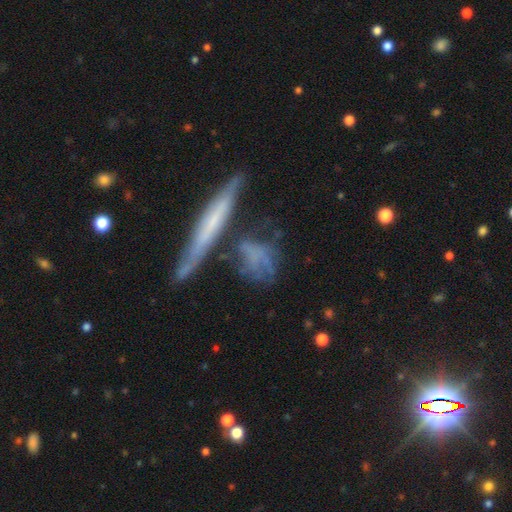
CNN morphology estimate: This is possibly a featured or disk galaxy (50%). Merging: possibly none (49%).